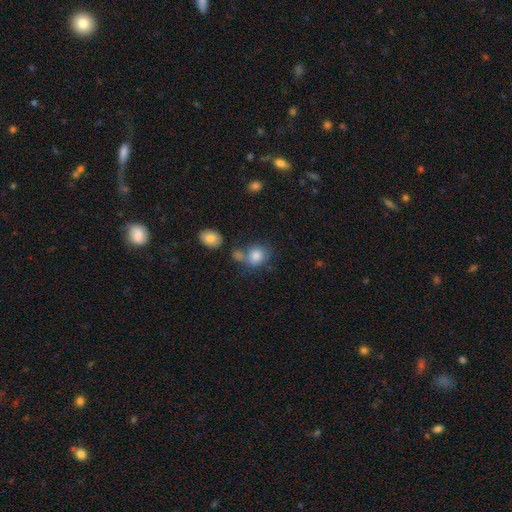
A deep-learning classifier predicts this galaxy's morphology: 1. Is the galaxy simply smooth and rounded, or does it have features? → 82% smooth, 9% star or artifact, 9% featured or disk.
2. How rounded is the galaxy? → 66% round, 33% in between, 1% cigar-shaped.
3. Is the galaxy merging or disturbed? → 48% none, 29% merger, 15% minor disturbance, 8% major disturbance.